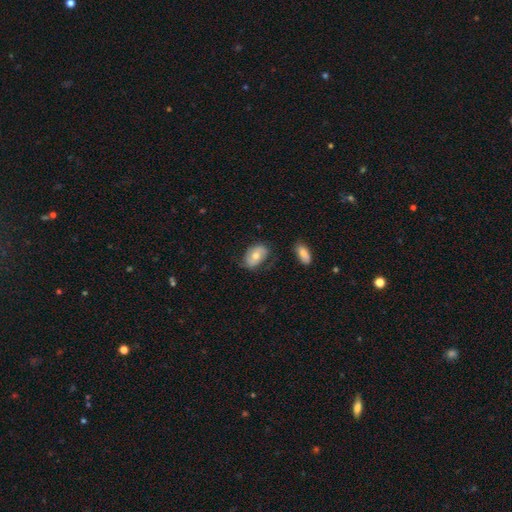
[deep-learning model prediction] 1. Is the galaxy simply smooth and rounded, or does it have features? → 55% smooth, 38% featured or disk, 7% star or artifact.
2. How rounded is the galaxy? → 87% in between, 11% round, 2% cigar-shaped.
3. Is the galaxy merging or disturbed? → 63% none, 25% minor disturbance, 9% major disturbance, 3% merger.